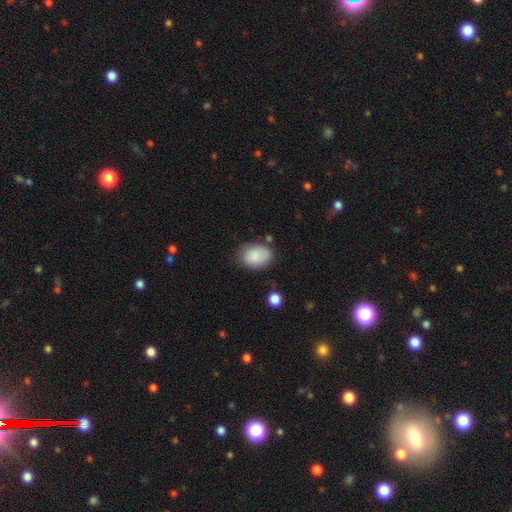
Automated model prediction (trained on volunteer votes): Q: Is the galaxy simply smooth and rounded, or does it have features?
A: smooth — 86%.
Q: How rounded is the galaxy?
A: in between — 76%.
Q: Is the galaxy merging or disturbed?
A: none — 69%.